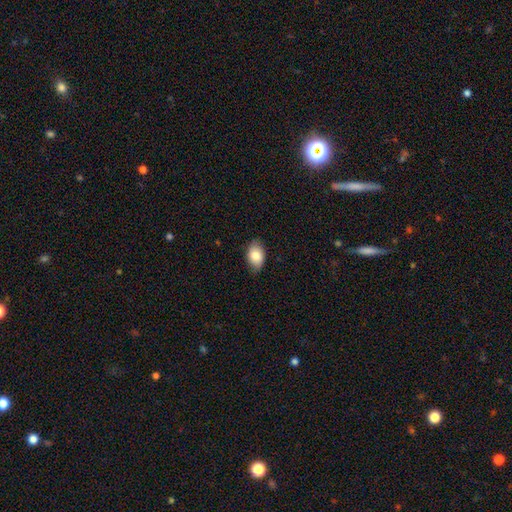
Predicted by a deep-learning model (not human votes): Smooth or featured?
  - smooth: 83% *
  - featured or disk: 10%
  - star or artifact: 7%
How rounded?
  - in between: 88% *
  - round: 11%
  - cigar-shaped: 1%
Merging?
  - none: 80% *
  - minor disturbance: 16%
  - major disturbance: 3%
  - merger: 1%